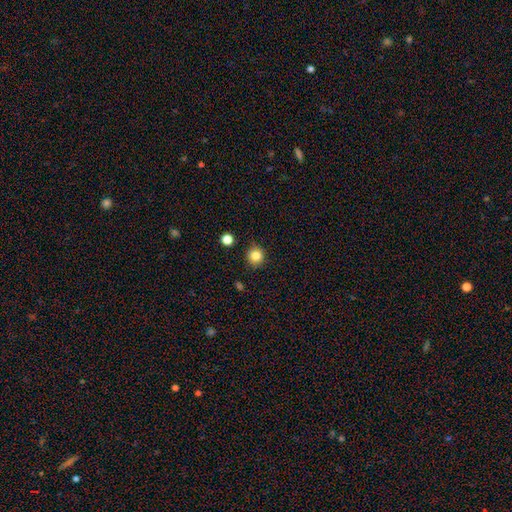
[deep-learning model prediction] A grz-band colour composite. It shows a smooth galaxy with no disk features (83%) that is round (91%). Merging: none (88%).